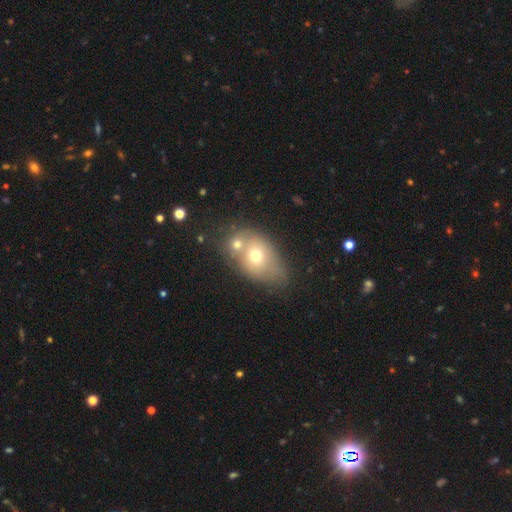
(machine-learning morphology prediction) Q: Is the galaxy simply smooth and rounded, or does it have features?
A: smooth — 61%.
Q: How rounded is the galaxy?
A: in between — 73%.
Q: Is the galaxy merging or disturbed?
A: merger — 47%.